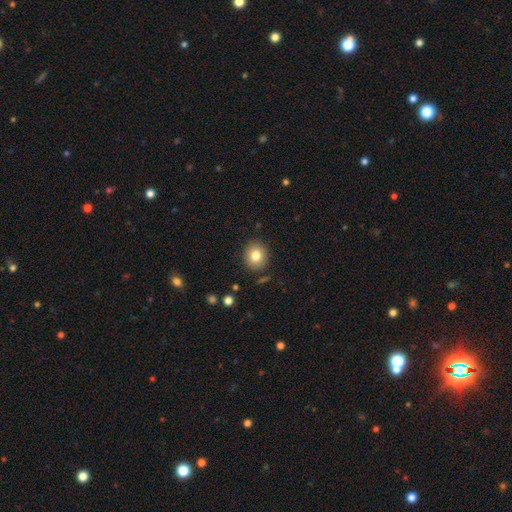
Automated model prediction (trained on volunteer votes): smooth_or_featured: smooth (p=0.80) [alt: star or artifact p=0.10]
how_rounded: round (p=0.81) [alt: in between p=0.19]
merging: none (p=0.88) [alt: minor disturbance p=0.08]